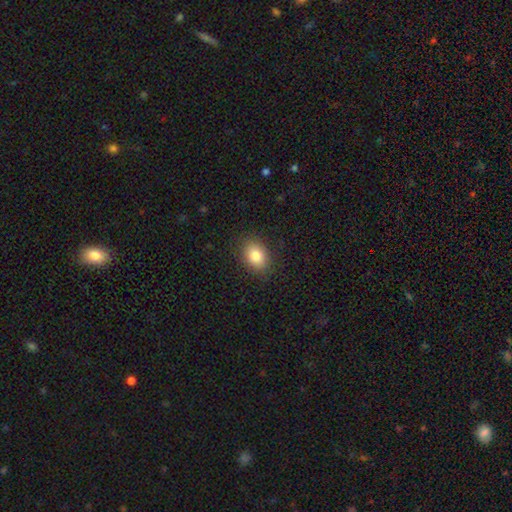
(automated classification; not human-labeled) This appears to be a smooth galaxy with no disk features (83%) that is in between round and cigar-shaped (65%). Merging: none (87%).